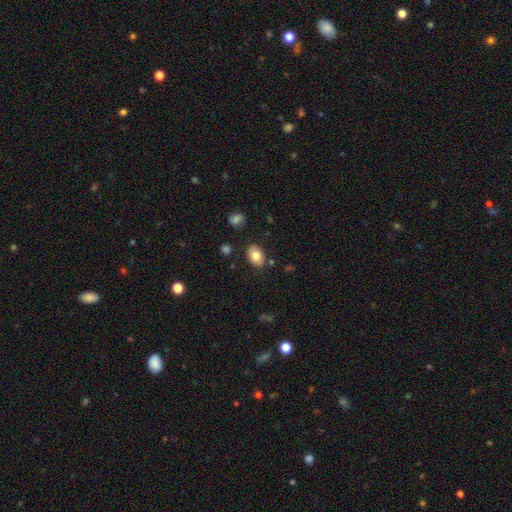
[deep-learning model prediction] Overall: smooth (80%). How rounded: in between (84%). Merging: none (84%).